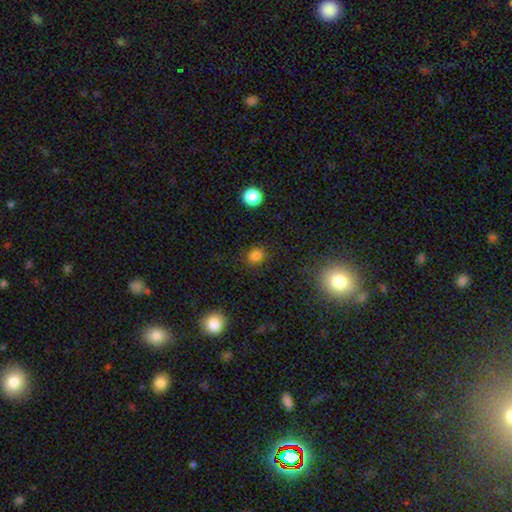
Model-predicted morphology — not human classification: Smooth or featured: smooth — 80% (star or artifact — 16%)
How rounded: round — 74% (in between — 25%)
Merging: none — 84% (minor disturbance — 11%)